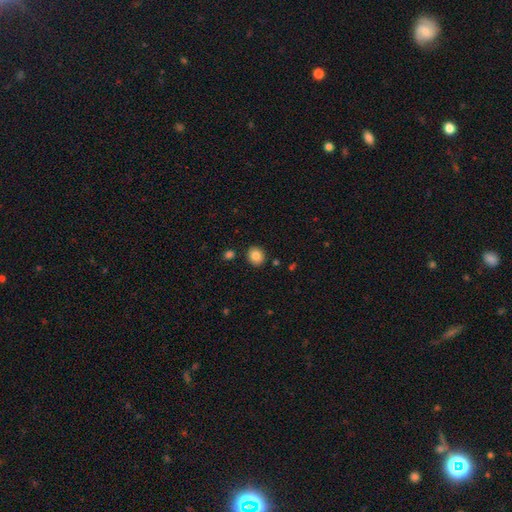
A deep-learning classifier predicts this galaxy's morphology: Smooth or featured?
  - smooth: 86% *
  - star or artifact: 9%
  - featured or disk: 5%
How rounded?
  - round: 75% *
  - in between: 24%
  - cigar-shaped: 1%
Merging?
  - none: 88% *
  - minor disturbance: 7%
  - merger: 3%
  - major disturbance: 2%